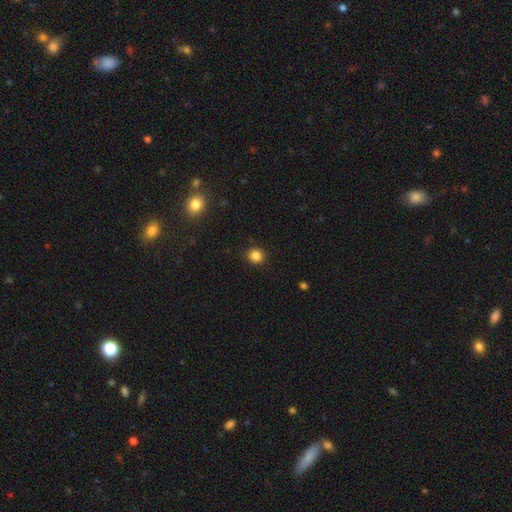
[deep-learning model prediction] A smooth galaxy with no disk features (84%) that is round (93%).

Vote fractions:
- Smooth or featured? smooth: 84% / star or artifact: 12% / featured or disk: 4%
- How rounded? round: 93% / in between: 6% / cigar-shaped: 1%
- Merging? none: 91% / minor disturbance: 6% / major disturbance: 2% / merger: 1%